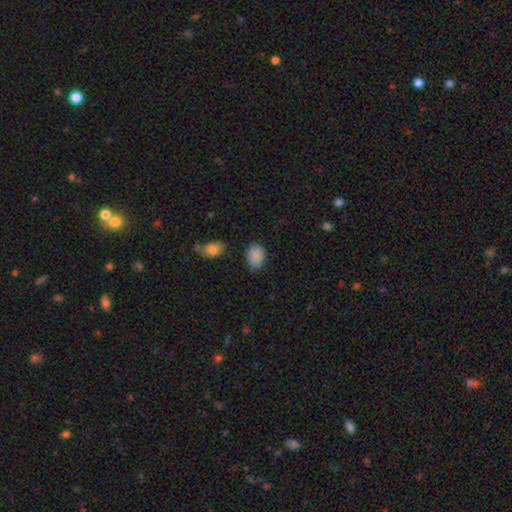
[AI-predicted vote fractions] Morphology: type=smooth (87%); roundness=in between (71%); merging=none (72%).